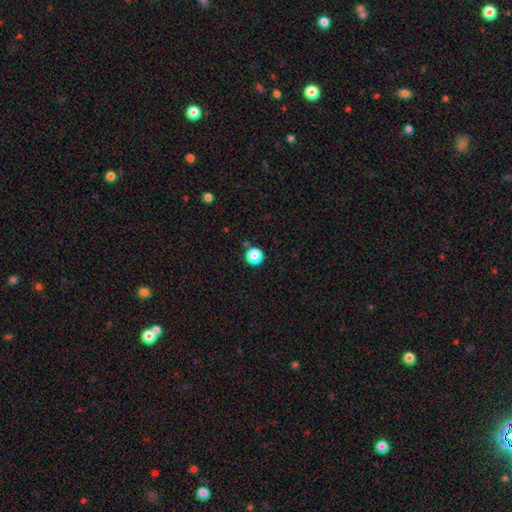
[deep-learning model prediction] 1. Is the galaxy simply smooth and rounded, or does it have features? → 84% smooth, 12% star or artifact, 3% featured or disk.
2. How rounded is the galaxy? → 96% round, 3% in between, 1% cigar-shaped.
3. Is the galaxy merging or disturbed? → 89% none, 6% minor disturbance, 3% merger, 2% major disturbance.